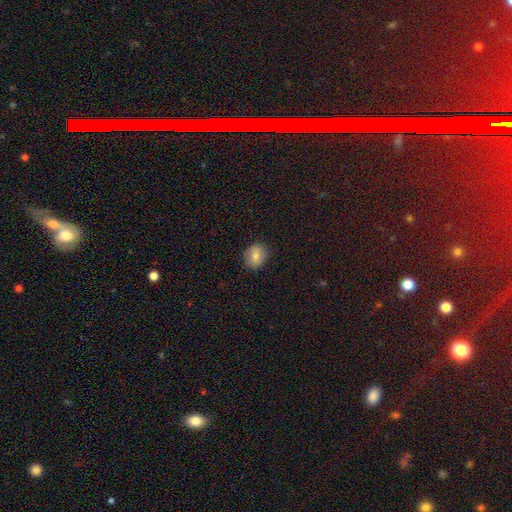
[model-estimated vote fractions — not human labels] Q: Smooth or featured?
A: smooth (75%); runner-up: featured or disk (16%)
Q: How rounded?
A: round (64%); runner-up: in between (35%)
Q: Merging?
A: none (86%); runner-up: minor disturbance (10%)